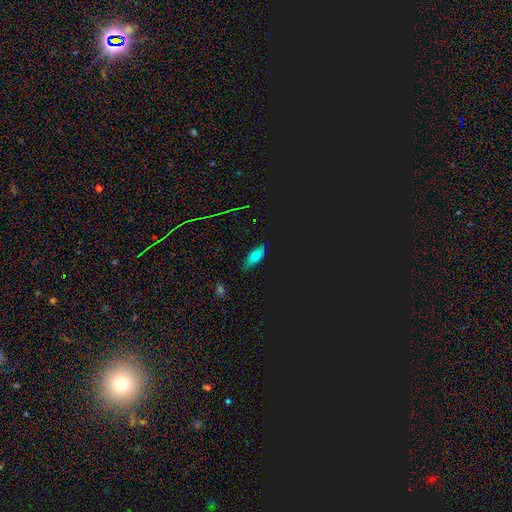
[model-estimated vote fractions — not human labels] Q: Smooth or featured?
A: smooth (62%); runner-up: star or artifact (22%)
Q: How rounded?
A: in between (77%); runner-up: cigar-shaped (17%)
Q: Merging?
A: none (83%); runner-up: minor disturbance (13%)